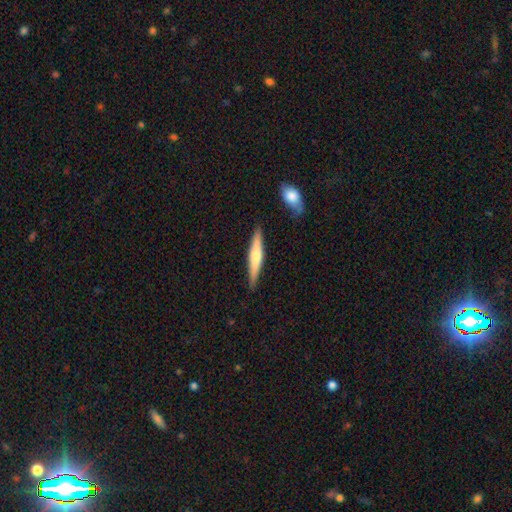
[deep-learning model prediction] A smooth galaxy with no disk features (49%). Merging: none (88%).